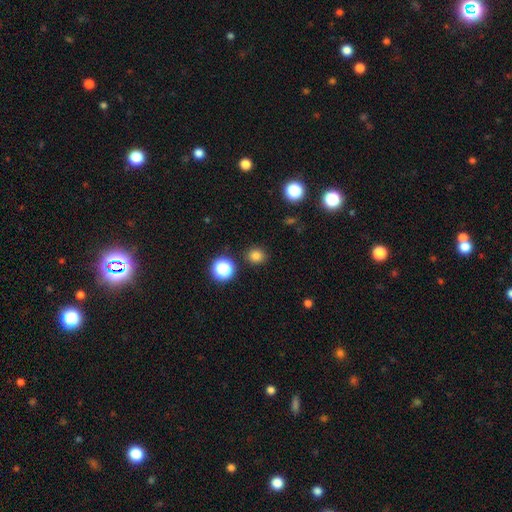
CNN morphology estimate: Smooth or featured?
  - smooth: 80% *
  - star or artifact: 16%
  - featured or disk: 4%
How rounded?
  - round: 83% *
  - in between: 16%
  - cigar-shaped: 1%
Merging?
  - none: 88% *
  - minor disturbance: 7%
  - major disturbance: 2%
  - merger: 2%